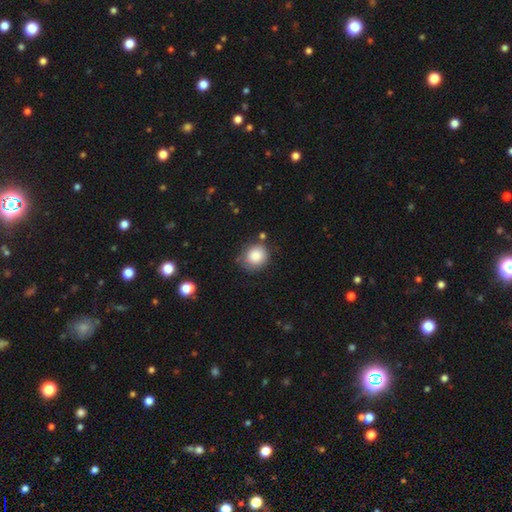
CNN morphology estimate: Smooth or featured?
  - smooth: 86% *
  - star or artifact: 9%
  - featured or disk: 5%
How rounded?
  - round: 84% *
  - in between: 15%
  - cigar-shaped: 1%
Merging?
  - none: 72% *
  - minor disturbance: 18%
  - major disturbance: 5%
  - merger: 5%